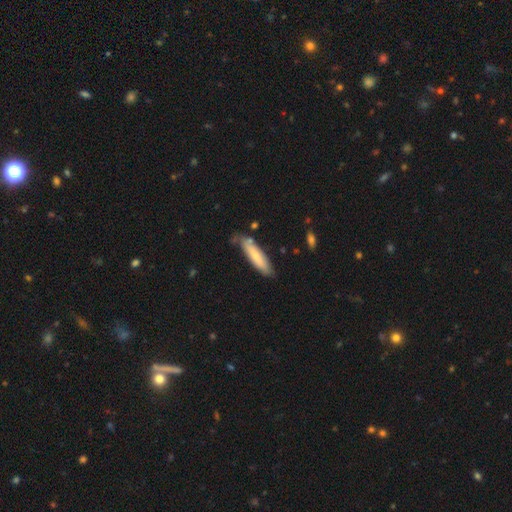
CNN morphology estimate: Smooth or featured?
  - smooth: 65% *
  - featured or disk: 30%
  - star or artifact: 6%
How rounded?
  - cigar-shaped: 72% *
  - in between: 27%
  - round: 1%
Merging?
  - none: 65% *
  - minor disturbance: 25%
  - major disturbance: 5%
  - merger: 5%